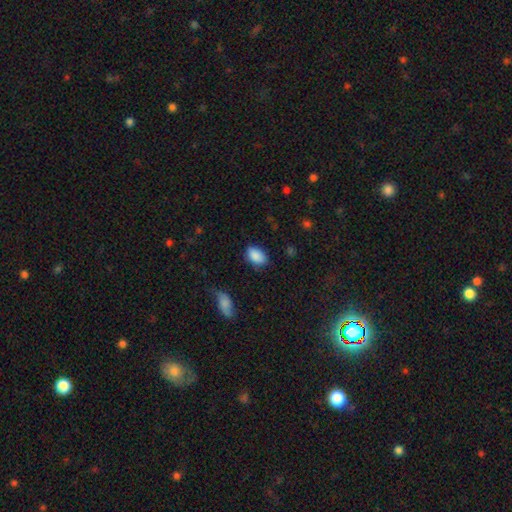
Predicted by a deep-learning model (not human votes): Q: Smooth or featured?
A: smooth (88%); runner-up: star or artifact (7%)
Q: How rounded?
A: in between (90%); runner-up: round (8%)
Q: Merging?
A: none (76%); runner-up: minor disturbance (19%)